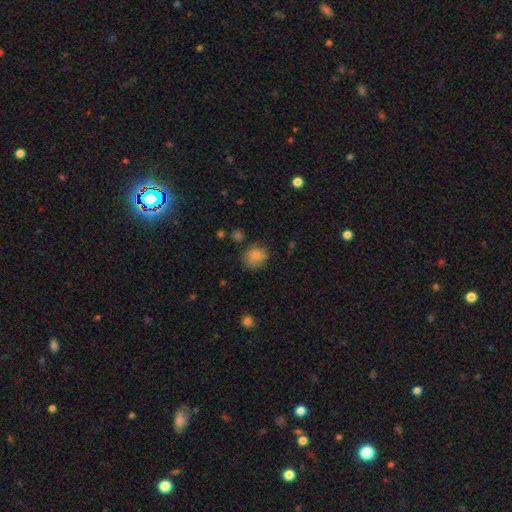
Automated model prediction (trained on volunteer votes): The model was most divided on "how rounded": round: 61%, in between: 38%, cigar-shaped: 1%. More confident: smooth or featured — smooth (80%); merging — none (67%).